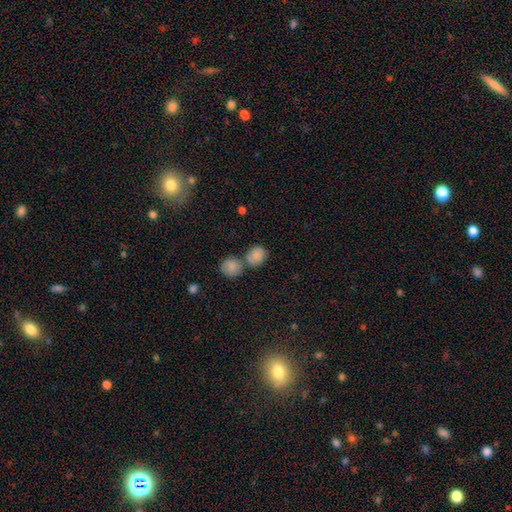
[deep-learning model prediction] A smooth galaxy with no disk features (83%) that is round (72%). Merging: merger (45%).